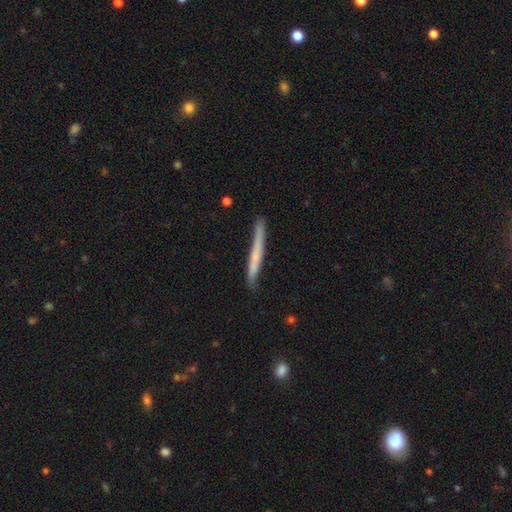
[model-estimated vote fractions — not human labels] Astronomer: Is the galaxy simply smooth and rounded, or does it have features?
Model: smooth — 51% (runner-up: featured or disk, 43%).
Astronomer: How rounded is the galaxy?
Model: cigar-shaped — 97%.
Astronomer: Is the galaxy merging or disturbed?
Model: none — 84%.